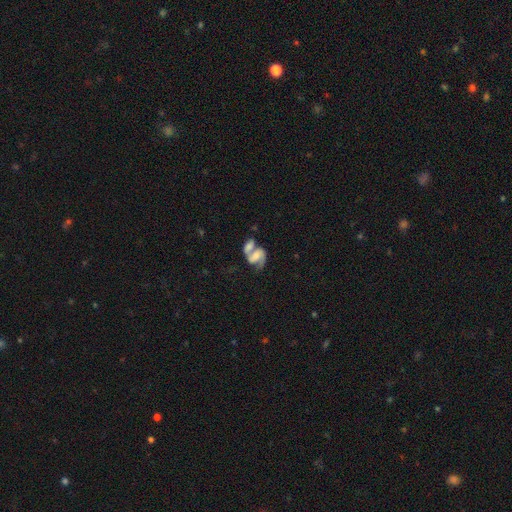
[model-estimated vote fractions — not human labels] The model was most divided on "bulge size": moderate: 34%, small: 30%, none: 21%, large: 12%, dominant: 3%. Remaining: edge-on disk — no (97%); spiral arms — yes (88%); spiral arm count — 2 (80%); smooth or featured — featured or disk (72%); merging — merger (58%); spiral winding — medium (46%); bar — no (40%).